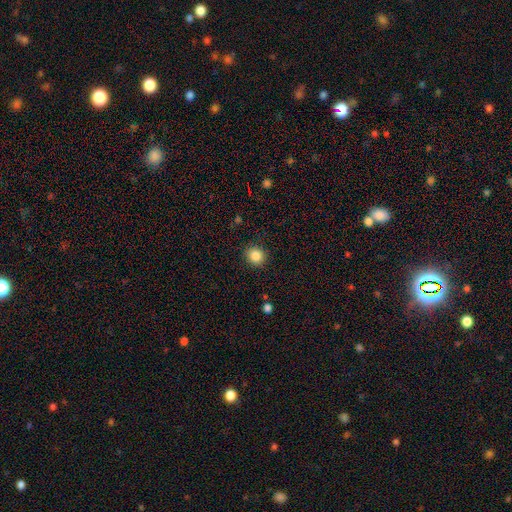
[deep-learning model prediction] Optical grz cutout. It shows a smooth galaxy with no disk features (86%) that is round (85%). Merging: none (90%).